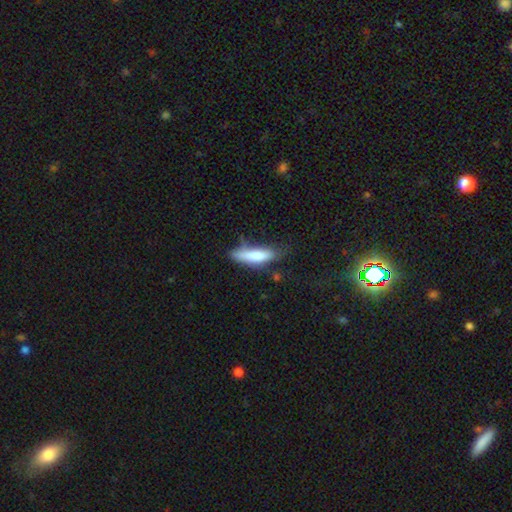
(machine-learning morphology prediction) type=smooth (70%); roundness=cigar-shaped (66%); merging=none (56%).